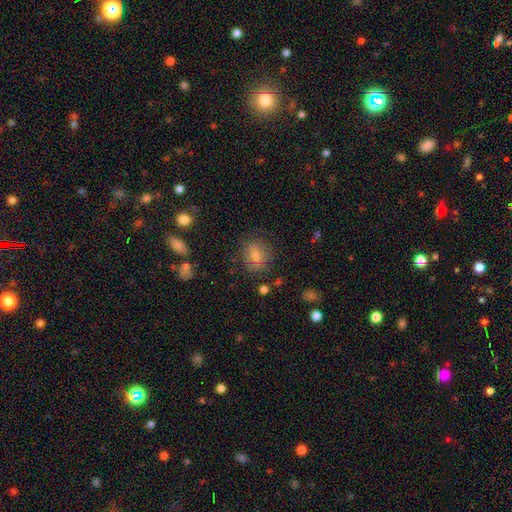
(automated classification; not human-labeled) Overall: smooth (63%). How rounded: round (64%; in between 34%). Merging: none (79%).